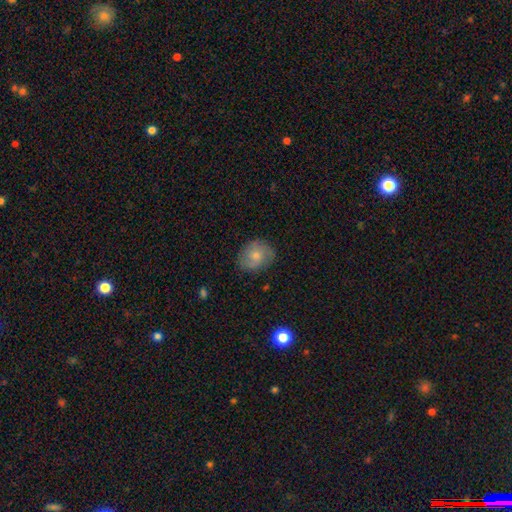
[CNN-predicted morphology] A smooth galaxy with no disk features (66%) that is round (60%).

Vote fractions:
- Smooth or featured? smooth: 66% / featured or disk: 27% / star or artifact: 7%
- How rounded? round: 60% / in between: 39% / cigar-shaped: 1%
- Merging? none: 76% / minor disturbance: 18% / major disturbance: 5% / merger: 1%